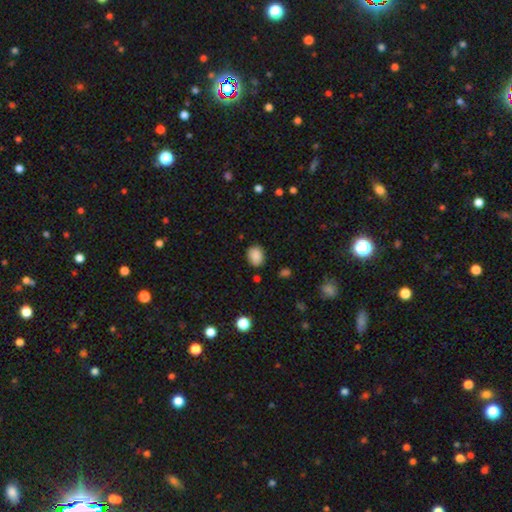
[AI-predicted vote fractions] Q: Smooth or featured?
A: smooth (88%); runner-up: star or artifact (9%)
Q: How rounded?
A: in between (60%); runner-up: round (39%)
Q: Merging?
A: none (81%); runner-up: minor disturbance (14%)